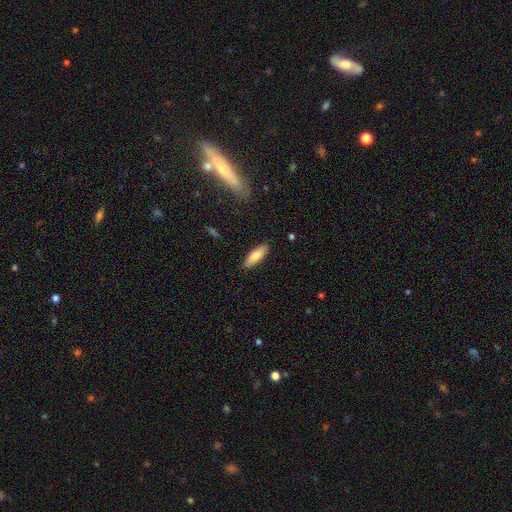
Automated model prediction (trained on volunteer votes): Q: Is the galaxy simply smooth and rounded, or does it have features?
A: smooth — 80%.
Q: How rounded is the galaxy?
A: in between — 57%.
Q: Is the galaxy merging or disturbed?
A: none — 88%.